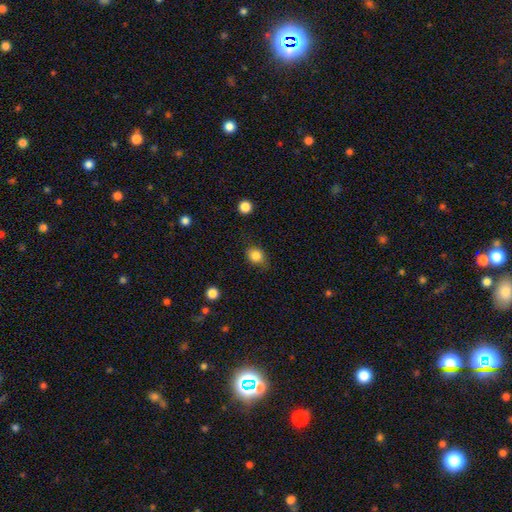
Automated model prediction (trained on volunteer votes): Smooth or featured? Predicted: smooth (p=0.85). How rounded? Predicted: round (p=0.54). Merging? Predicted: none (p=0.75).